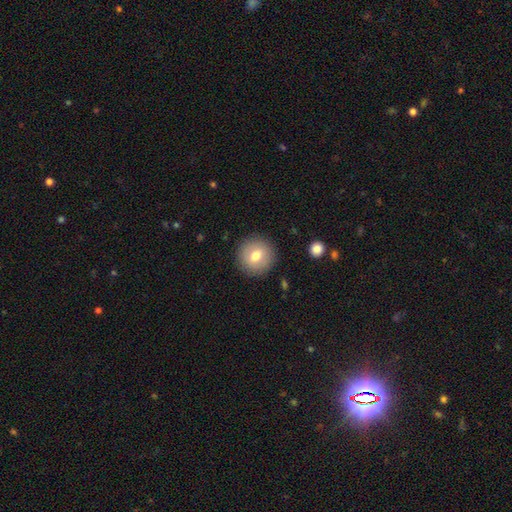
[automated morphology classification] A smooth galaxy with no disk features (73%) that is round (93%). Merging: none (89%).